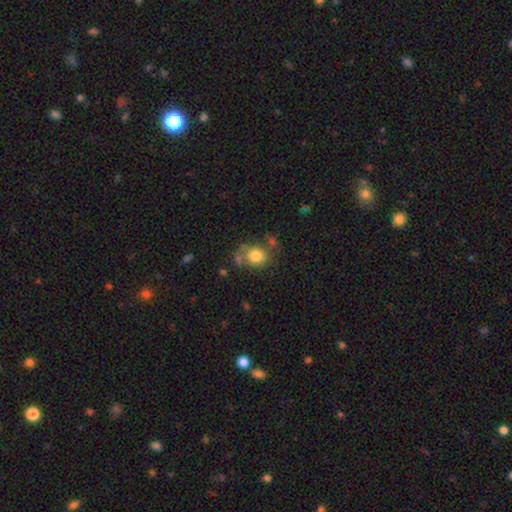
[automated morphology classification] A smooth galaxy with no disk features (80%) that is round (66%).

Vote fractions:
- Smooth or featured? smooth: 80% / featured or disk: 11% / star or artifact: 9%
- How rounded? round: 66% / in between: 33% / cigar-shaped: 1%
- Merging? none: 58% / minor disturbance: 18% / merger: 15% / major disturbance: 8%